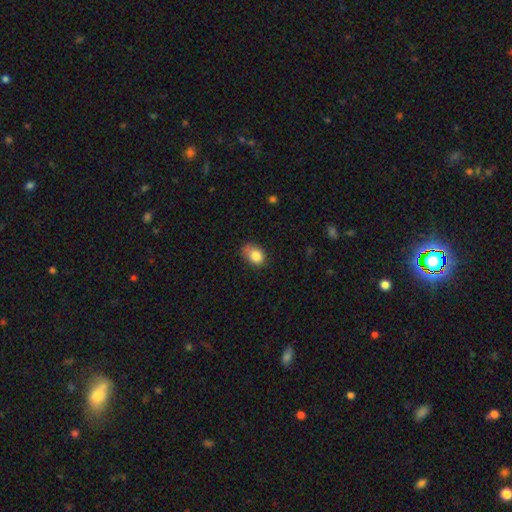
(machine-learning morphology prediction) Overall: smooth (83%). How rounded: in between (67%; round 32%). Merging: none (54%; minor disturbance 34%).